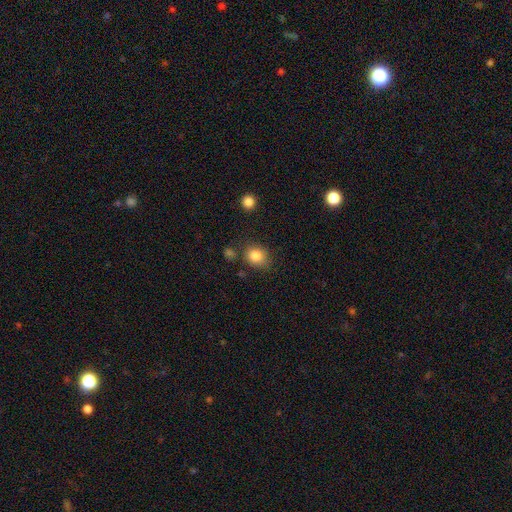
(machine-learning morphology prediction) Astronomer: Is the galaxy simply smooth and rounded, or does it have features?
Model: smooth — 84%.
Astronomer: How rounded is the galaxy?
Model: round — 66%.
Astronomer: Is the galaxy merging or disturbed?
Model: none — 75%.